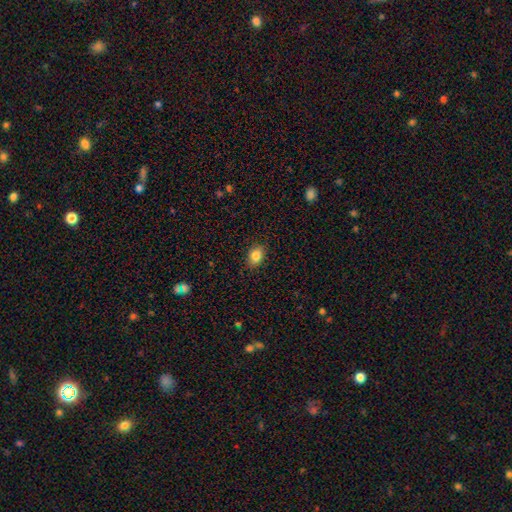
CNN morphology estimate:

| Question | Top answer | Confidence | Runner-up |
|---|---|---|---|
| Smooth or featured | smooth | 84% | star or artifact (9%) |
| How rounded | in between | 73% | round (25%) |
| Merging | none | 86% | minor disturbance (10%) |